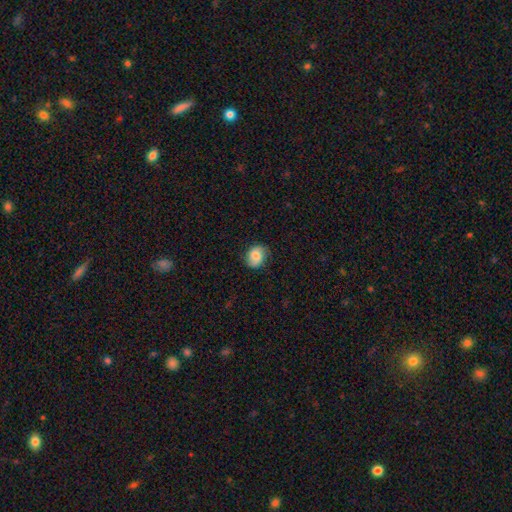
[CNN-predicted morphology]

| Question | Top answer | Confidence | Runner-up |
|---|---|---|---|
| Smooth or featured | smooth | 64% | featured or disk (28%) |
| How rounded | round | 50% | in between (49%) |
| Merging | none | 78% | minor disturbance (17%) |